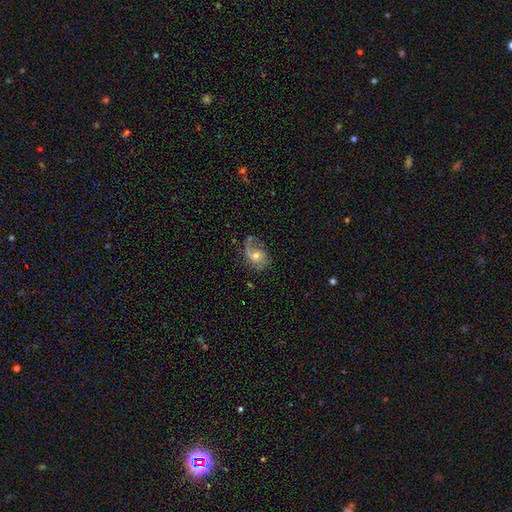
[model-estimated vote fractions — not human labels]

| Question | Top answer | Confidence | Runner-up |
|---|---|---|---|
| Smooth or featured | featured or disk | 68% | smooth (23%) |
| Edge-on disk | no | 97% | yes (3%) |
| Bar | no | 71% | weak (25%) |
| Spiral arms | yes | 89% | no (11%) |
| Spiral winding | loose | 43% | medium (38%) |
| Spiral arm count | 1 | 52% | 2 (36%) |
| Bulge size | moderate | 49% | small (44%) |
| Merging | none | 53% | minor disturbance (23%) |